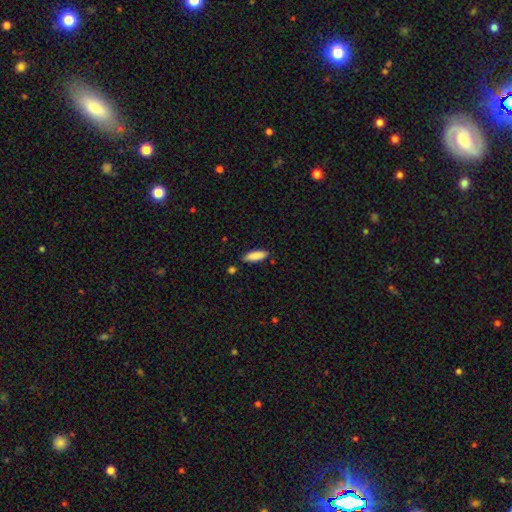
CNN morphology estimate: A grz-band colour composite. It shows a smooth galaxy with no disk features (88%) that is in between round and cigar-shaped (62%). Merging: none (84%).